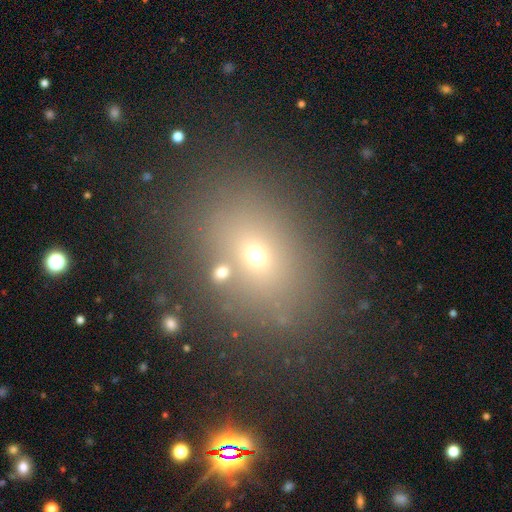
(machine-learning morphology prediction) Smooth or featured: smooth — 58% (star or artifact — 26%)
How rounded: in between — 56% (round — 42%)
Merging: none — 78% (minor disturbance — 10%)